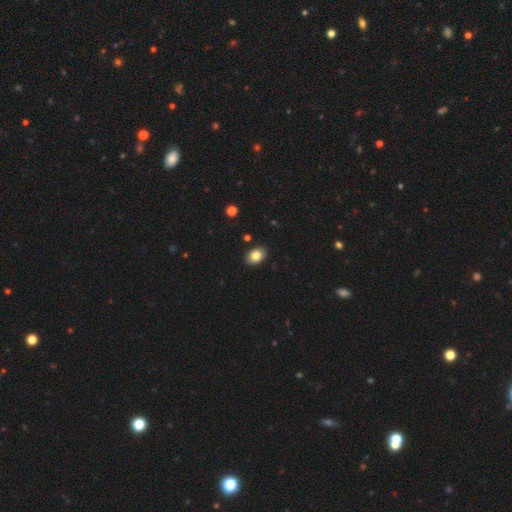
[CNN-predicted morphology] This is clearly a smooth galaxy (84%). How rounded: clearly in between (81%). Merging: clearly none (89%).